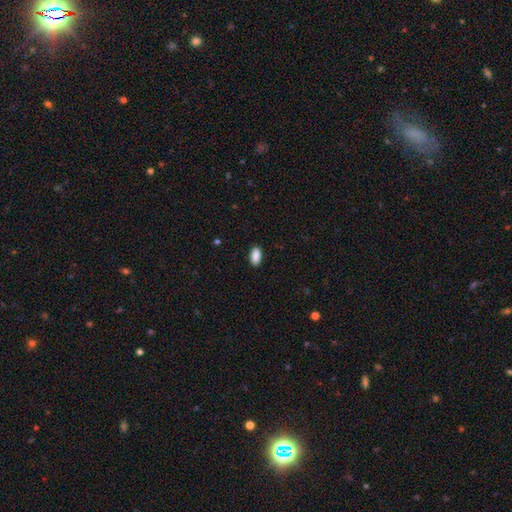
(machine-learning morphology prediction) smooth-or-featured: smooth: 90% | star or artifact: 7% | featured or disk: 3%
  how-rounded: in between: 92% | cigar-shaped: 5% | round: 3%
  merging: none: 89% | minor disturbance: 8% | major disturbance: 2% | merger: 1%